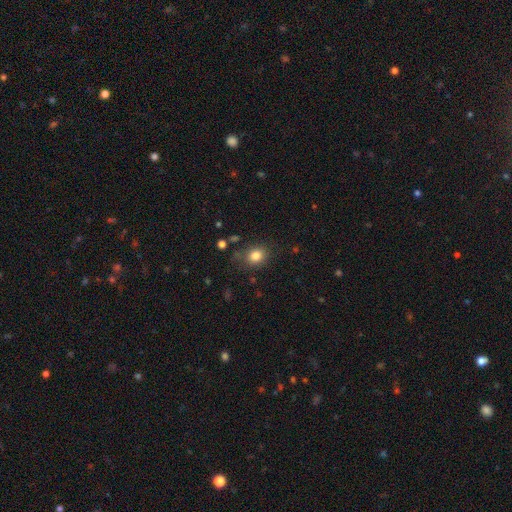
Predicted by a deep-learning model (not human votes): This appears to be a smooth galaxy with no disk features (83%) that is round (64%). Merging: none (78%).